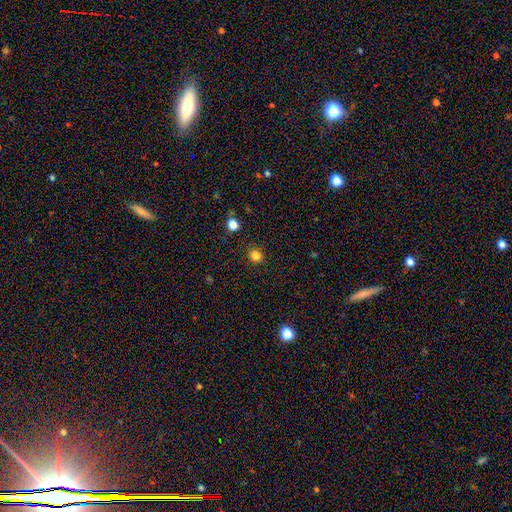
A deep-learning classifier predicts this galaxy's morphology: The model was most divided on "how rounded": round: 75%, in between: 24%, cigar-shaped: 1%. More confident: merging — none (90%); smooth or featured — smooth (82%).